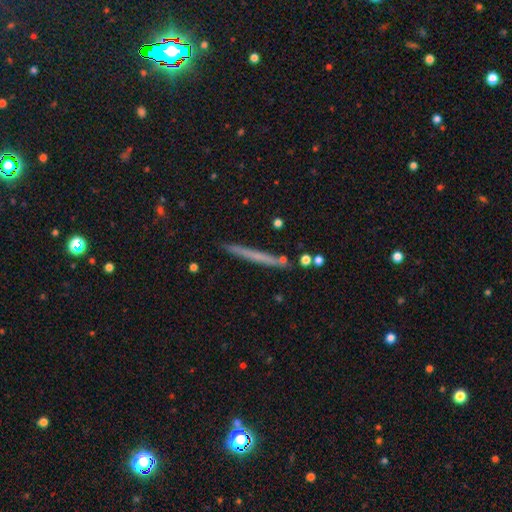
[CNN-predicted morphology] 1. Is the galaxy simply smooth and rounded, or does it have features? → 53% smooth, 40% featured or disk, 7% star or artifact.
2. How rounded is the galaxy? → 97% cigar-shaped, 2% in between, 1% round.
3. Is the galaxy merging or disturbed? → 88% none, 8% minor disturbance, 3% merger, 2% major disturbance.